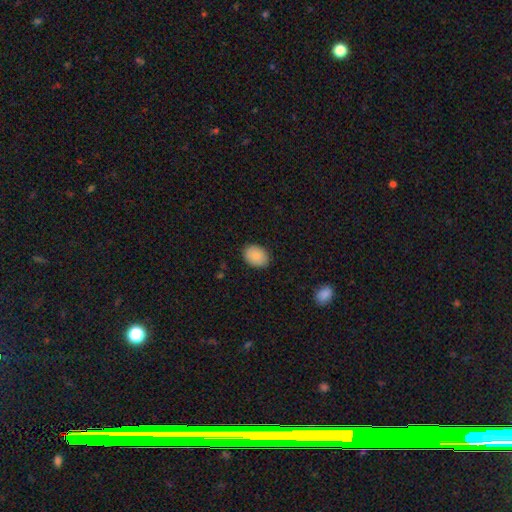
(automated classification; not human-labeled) smooth 87%, star or artifact 7%, featured or disk 6%. Down the decision tree: how rounded — in between (65%); merging — none (88%).